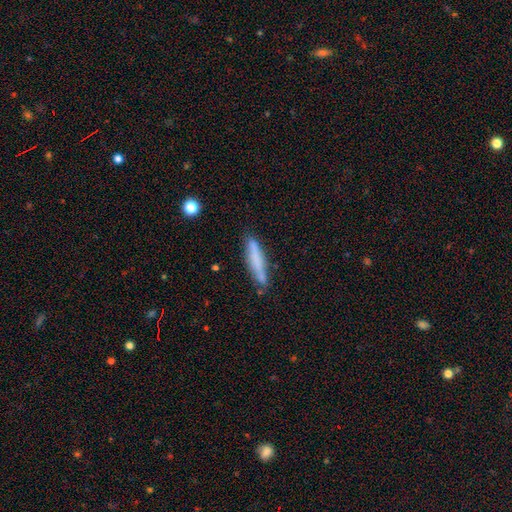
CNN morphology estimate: Smooth or featured? smooth (68%)
How rounded? cigar-shaped (90%)
Merging? none (76%)